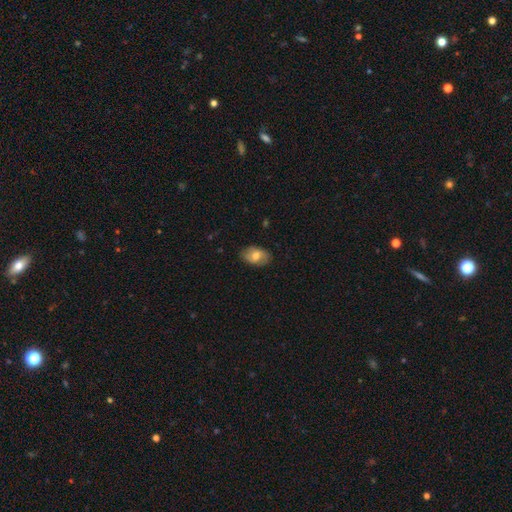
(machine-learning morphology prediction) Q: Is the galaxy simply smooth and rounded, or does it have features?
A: smooth — 70%.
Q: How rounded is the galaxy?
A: in between — 89%.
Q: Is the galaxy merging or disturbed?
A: none — 84%.